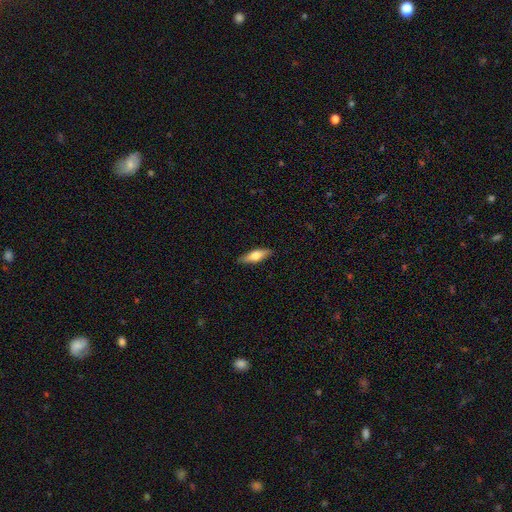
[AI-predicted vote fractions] Smooth or featured? Predicted: smooth (p=0.64). How rounded? Predicted: cigar-shaped (p=0.52). Merging? Predicted: none (p=0.88).